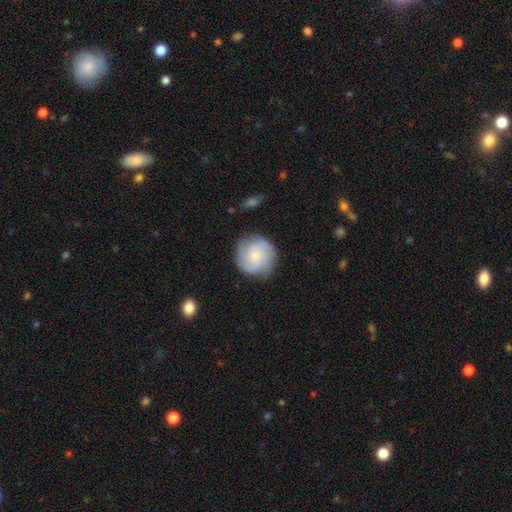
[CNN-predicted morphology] featured or disk 56%, smooth 37%, star or artifact 7%. Down the decision tree: edge-on disk — no (98%); bar — no (74%); spiral arms — yes (91%); bulge size — small (64%); merging — none (79%).